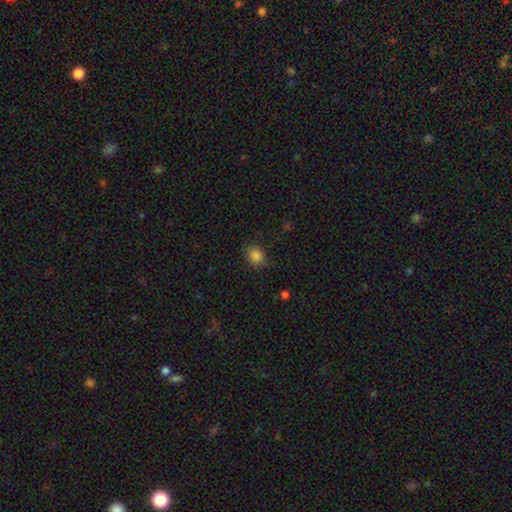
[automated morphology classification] Smooth or featured?
  - smooth: 85% *
  - star or artifact: 11%
  - featured or disk: 4%
How rounded?
  - round: 63% *
  - in between: 36%
  - cigar-shaped: 1%
Merging?
  - none: 84% *
  - minor disturbance: 11%
  - major disturbance: 3%
  - merger: 1%